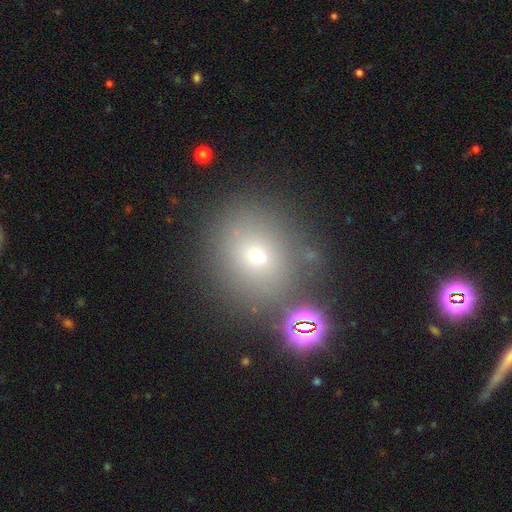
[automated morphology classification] smooth 62%, star or artifact 24%, featured or disk 15%. Down the decision tree: how rounded — round (77%); merging — none (70%).